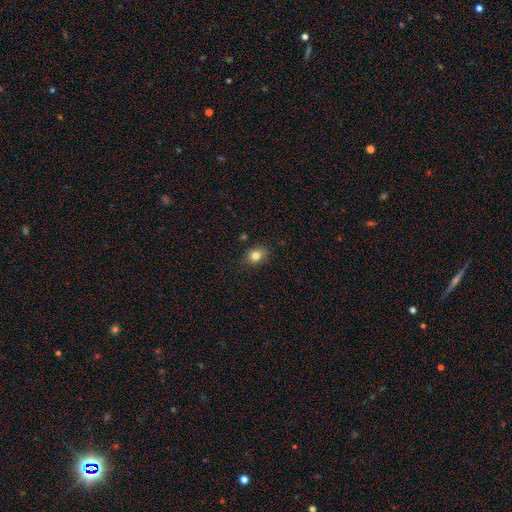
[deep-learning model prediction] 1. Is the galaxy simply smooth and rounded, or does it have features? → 81% smooth, 11% star or artifact, 8% featured or disk.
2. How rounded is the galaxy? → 54% in between, 45% round, 1% cigar-shaped.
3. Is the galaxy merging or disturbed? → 82% none, 14% minor disturbance, 3% major disturbance, 2% merger.